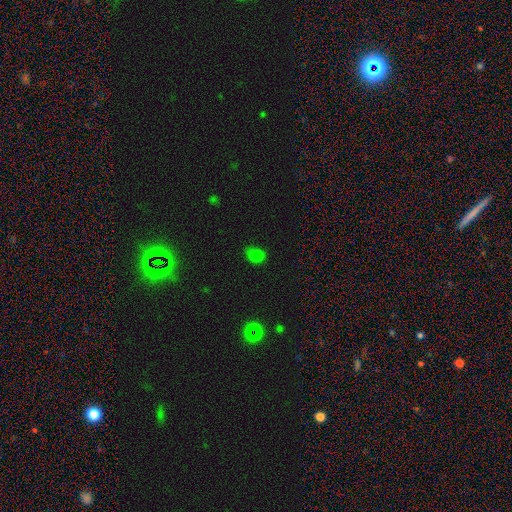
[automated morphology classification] Overall: smooth (75%). How rounded: in between (51%; round 48%). Merging: none (73%).